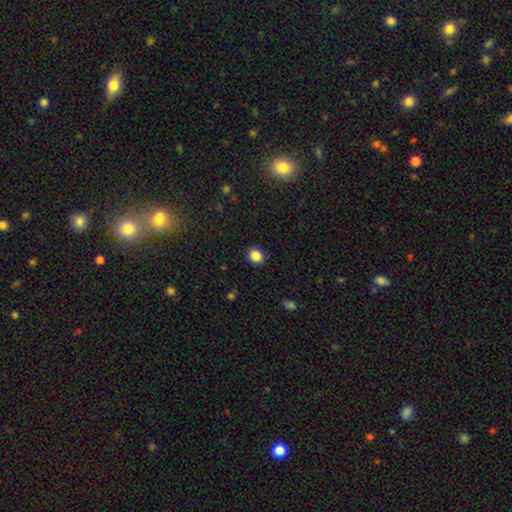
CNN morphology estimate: Smooth or featured? Predicted: smooth (p=0.86). How rounded? Predicted: round (p=0.73). Merging? Predicted: none (p=0.90).